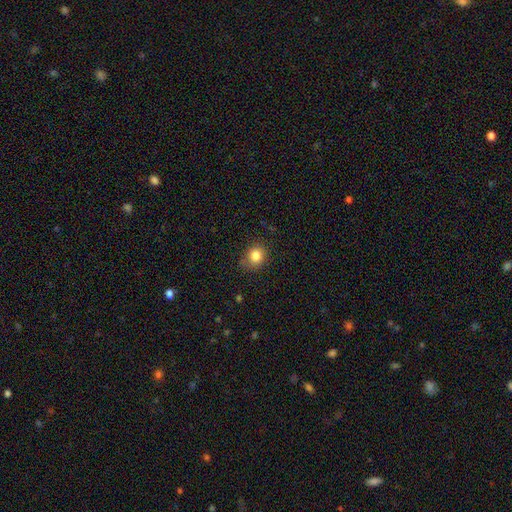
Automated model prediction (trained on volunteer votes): A smooth galaxy with no disk features (84%) that is round (67%). Merging: none (76%).